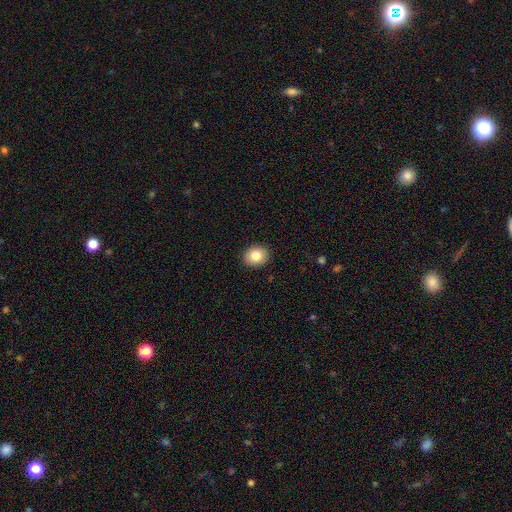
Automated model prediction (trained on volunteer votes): Overall: smooth (83%). How rounded: round (55%; in between 44%). Merging: none (91%).